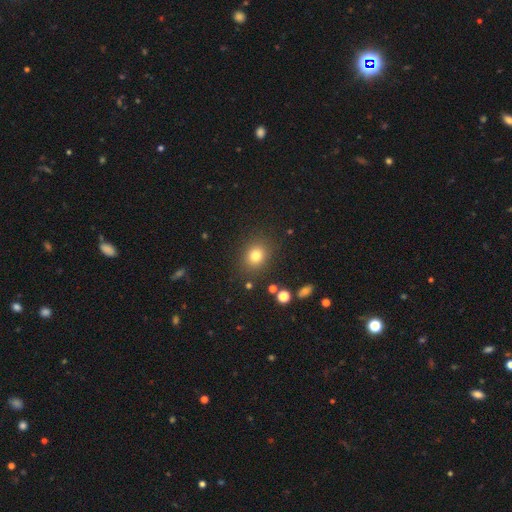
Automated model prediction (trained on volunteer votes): Smooth or featured? smooth (78%)
How rounded? round (67%)
Merging? none (85%)